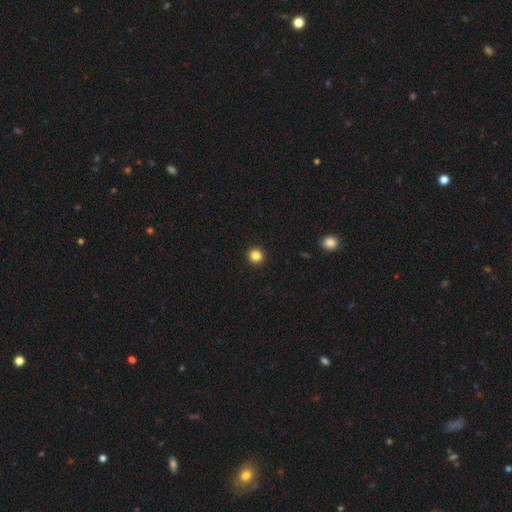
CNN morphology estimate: The model was most divided on "smooth or featured": smooth: 85%, star or artifact: 11%, featured or disk: 4%. More confident: how rounded — round (96%); merging — none (94%).